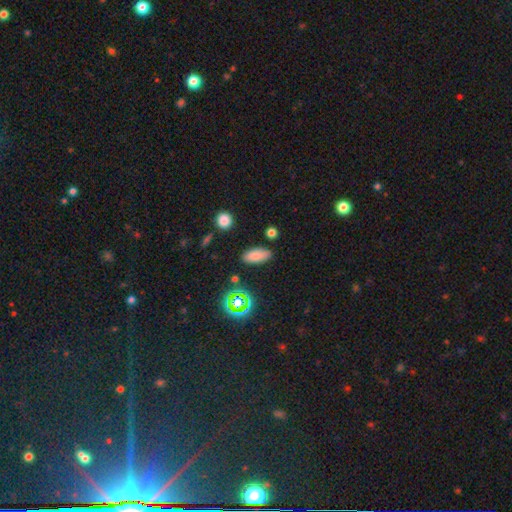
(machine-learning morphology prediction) smooth 80%, star or artifact 13%, featured or disk 7%. Down the decision tree: how rounded — in between (84%); merging — none (84%).